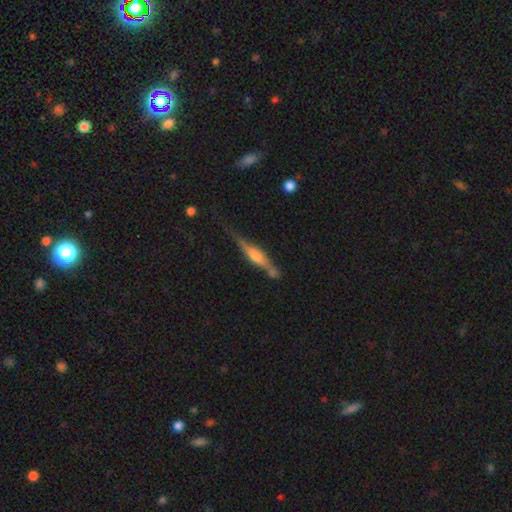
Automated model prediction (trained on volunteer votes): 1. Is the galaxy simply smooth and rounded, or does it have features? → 72% featured or disk, 22% smooth, 7% star or artifact.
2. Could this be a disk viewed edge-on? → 96% yes, 4% no.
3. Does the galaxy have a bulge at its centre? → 74% rounded, 18% boxy, 7% none.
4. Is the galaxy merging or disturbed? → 68% none, 20% minor disturbance, 7% merger, 6% major disturbance.